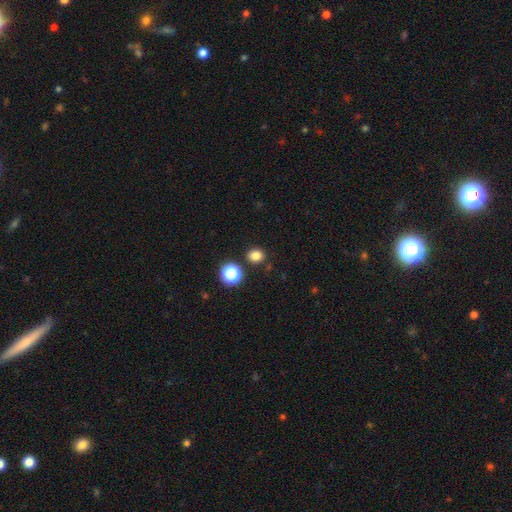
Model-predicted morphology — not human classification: A smooth galaxy with no disk features (81%) that is round (76%). Merging: none (86%).